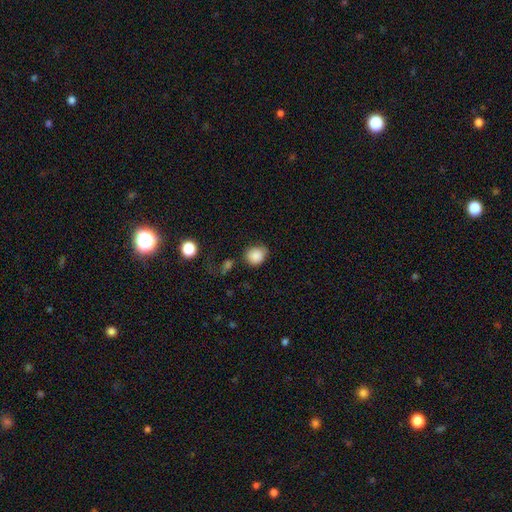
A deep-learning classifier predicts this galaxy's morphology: smooth 86%, star or artifact 9%, featured or disk 5%. Down the decision tree: how rounded — round (70%); merging — none (61%).